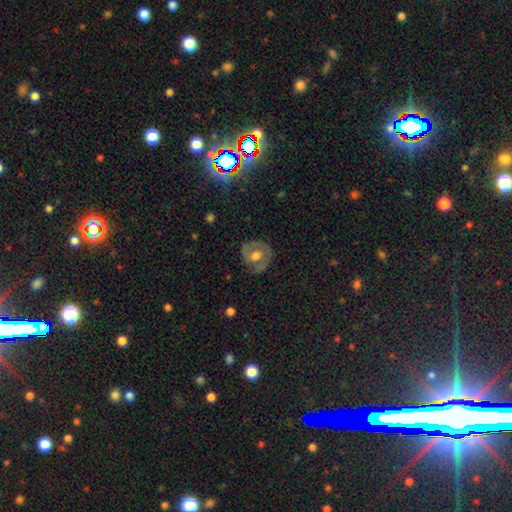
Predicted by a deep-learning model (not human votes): smooth-or-featured: featured or disk: 55% | smooth: 37% | star or artifact: 8%
  disk-edge-on: no: 96% | yes: 4%
    bar: no: 68% | weak: 26% | strong: 6%
    has-spiral-arms: yes: 57% | no: 43%
    bulge-size: moderate: 65% | large: 24% | small: 8% | none: 2% | dominant: 1%
  merging: none: 75% | minor disturbance: 17% | major disturbance: 6% | merger: 1%